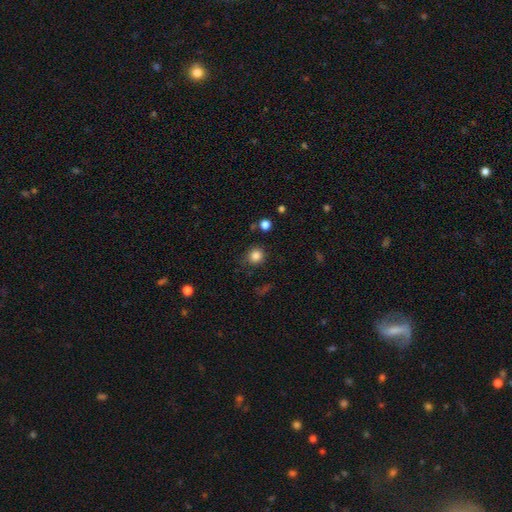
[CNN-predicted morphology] A smooth galaxy with no disk features (84%) that is round (90%).

Vote fractions:
- Smooth or featured? smooth: 84% / star or artifact: 12% / featured or disk: 5%
- How rounded? round: 90% / in between: 9% / cigar-shaped: 1%
- Merging? none: 82% / minor disturbance: 12% / major disturbance: 4% / merger: 3%